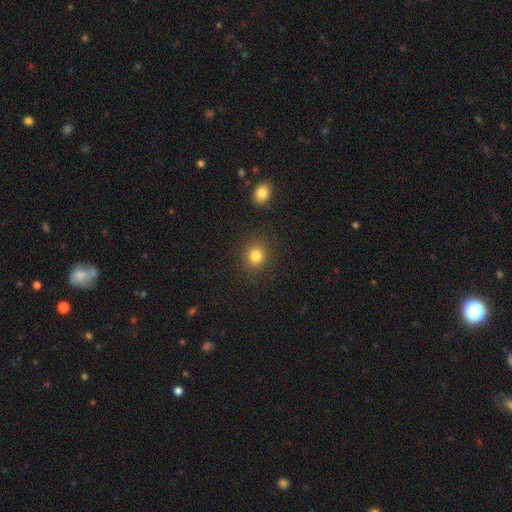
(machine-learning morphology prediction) Smooth or featured?
  - smooth: 83% *
  - star or artifact: 12%
  - featured or disk: 5%
How rounded?
  - round: 81% *
  - in between: 18%
  - cigar-shaped: 1%
Merging?
  - none: 87% *
  - minor disturbance: 8%
  - major disturbance: 3%
  - merger: 2%